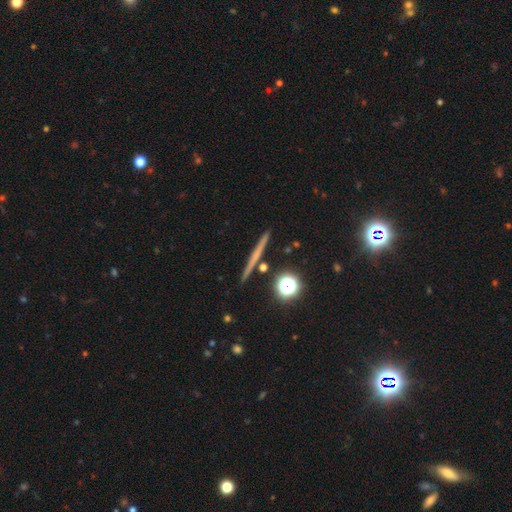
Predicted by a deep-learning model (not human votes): Overall: featured or disk (53%; smooth 34%). Edge-on disk: yes (97%). Edge-on bulge: none (79%). Merging: none (92%).